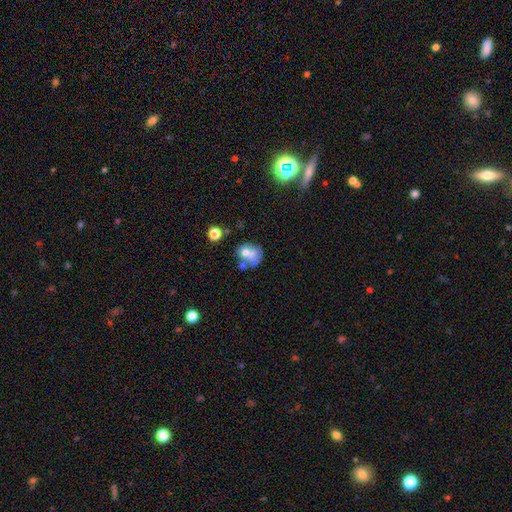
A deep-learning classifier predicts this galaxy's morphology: smooth-or-featured: smooth: 55% | featured or disk: 30% | star or artifact: 15%
  how-rounded: round: 57% | in between: 42% | cigar-shaped: 1%
  merging: none: 35% | merger: 32% | minor disturbance: 19% | major disturbance: 13%